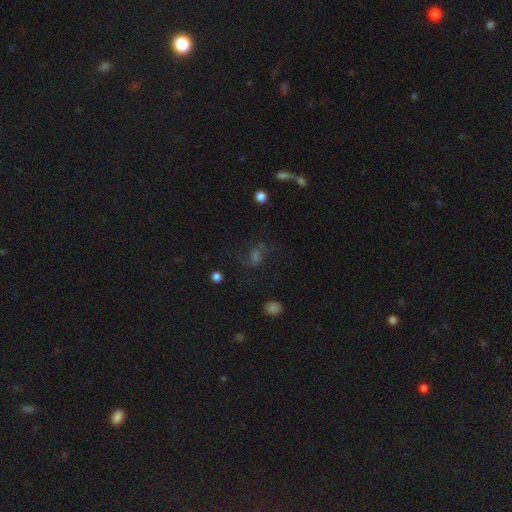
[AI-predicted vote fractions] This is marginally a featured or disk galaxy (35%). Merging: possibly none (60%).